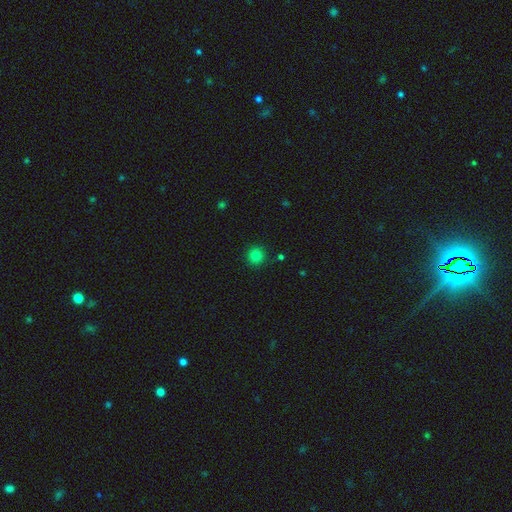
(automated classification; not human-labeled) A smooth galaxy with no disk features (81%) that is round (94%).

Vote fractions:
- Smooth or featured? smooth: 81% / star or artifact: 14% / featured or disk: 6%
- How rounded? round: 94% / in between: 6% / cigar-shaped: 1%
- Merging? none: 90% / minor disturbance: 6% / major disturbance: 2% / merger: 2%